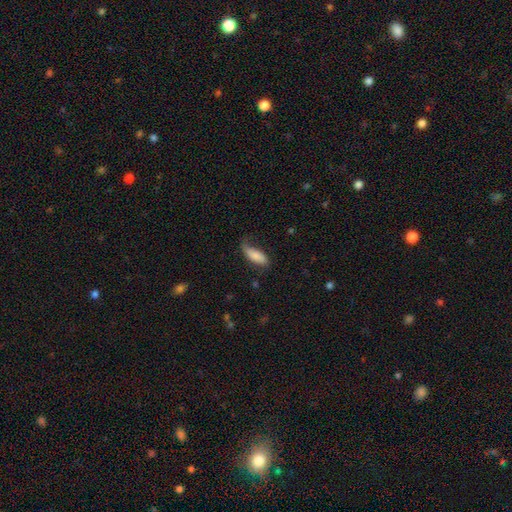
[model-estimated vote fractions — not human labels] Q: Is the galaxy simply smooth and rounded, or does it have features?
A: smooth — 80%.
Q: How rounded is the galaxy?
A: in between — 72%.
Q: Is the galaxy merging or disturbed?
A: none — 46%.